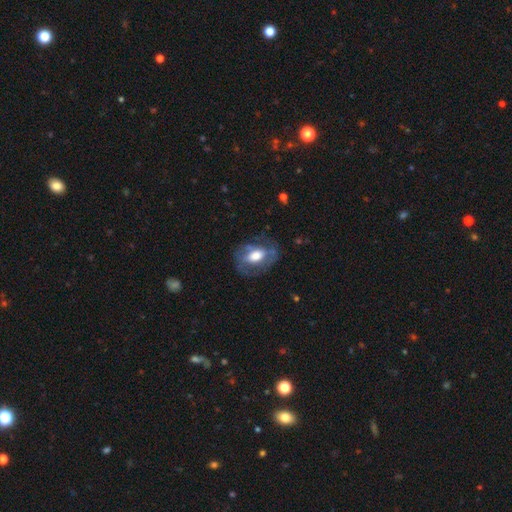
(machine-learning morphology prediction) The model was most divided on "smooth or featured": featured or disk: 50%, smooth: 43%, star or artifact: 7%. More confident: merging — none (62%).